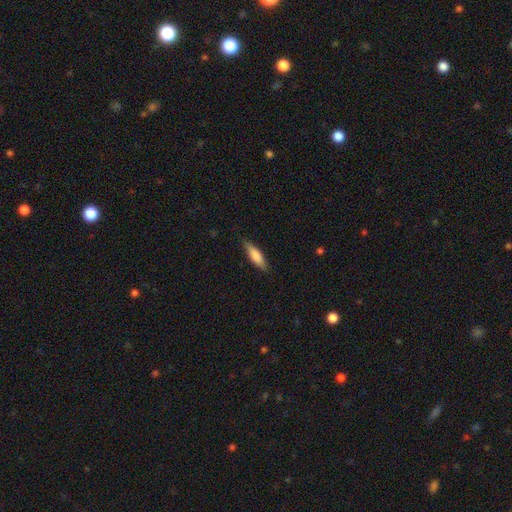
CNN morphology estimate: smooth 77%, featured or disk 17%, star or artifact 6%. Down the decision tree: how rounded — cigar-shaped (59%); merging — none (84%).